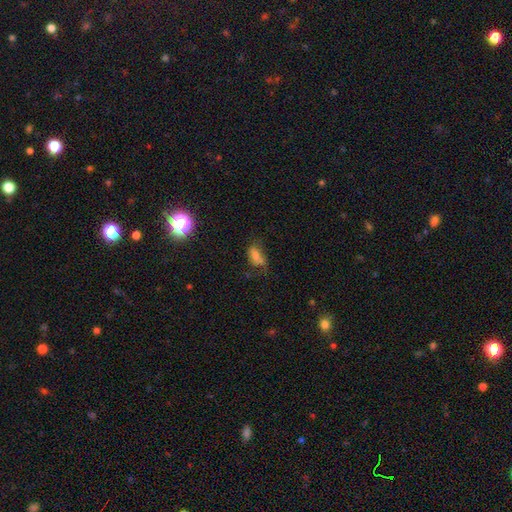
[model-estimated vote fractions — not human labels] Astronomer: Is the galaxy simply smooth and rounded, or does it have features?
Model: smooth — 62%.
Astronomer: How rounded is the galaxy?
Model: in between — 84%.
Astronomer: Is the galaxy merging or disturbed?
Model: none — 40% (runner-up: minor disturbance, 28%).